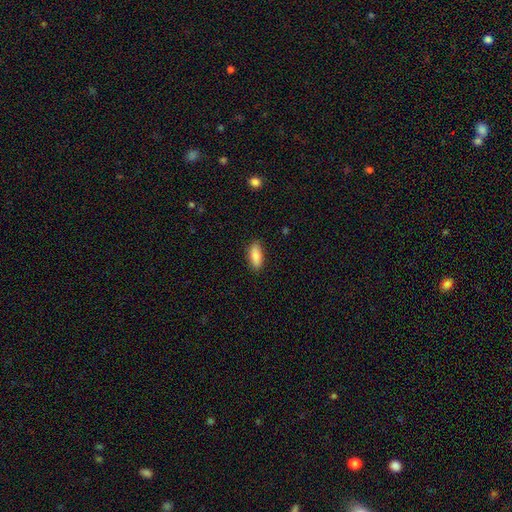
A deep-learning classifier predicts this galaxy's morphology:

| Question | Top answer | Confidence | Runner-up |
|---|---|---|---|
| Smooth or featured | smooth | 86% | featured or disk (8%) |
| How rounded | in between | 77% | cigar-shaped (20%) |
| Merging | none | 86% | minor disturbance (11%) |